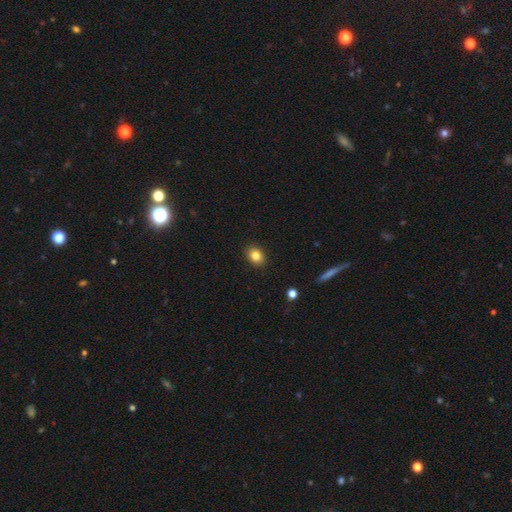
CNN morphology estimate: Q: Smooth or featured?
A: smooth (84%); runner-up: star or artifact (10%)
Q: How rounded?
A: in between (59%); runner-up: round (40%)
Q: Merging?
A: none (90%); runner-up: minor disturbance (7%)